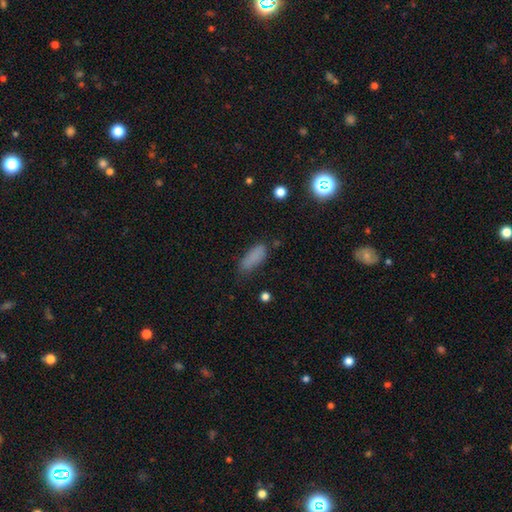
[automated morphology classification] A smooth galaxy with no disk features (82%) that is in between round and cigar-shaped (69%).

Vote fractions:
- Smooth or featured? smooth: 82% / star or artifact: 10% / featured or disk: 7%
- How rounded? in between: 69% / cigar-shaped: 29% / round: 3%
- Merging? none: 63% / minor disturbance: 26% / major disturbance: 8% / merger: 3%